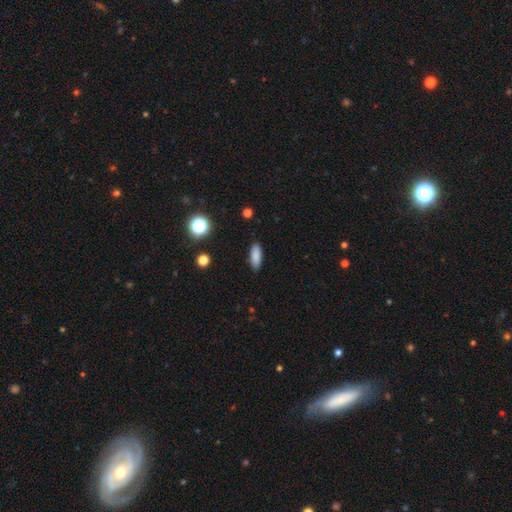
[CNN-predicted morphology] smooth-or-featured: smooth: 86% | star or artifact: 9% | featured or disk: 5%
  how-rounded: in between: 68% | cigar-shaped: 29% | round: 3%
  merging: none: 90% | minor disturbance: 7% | major disturbance: 2% | merger: 1%